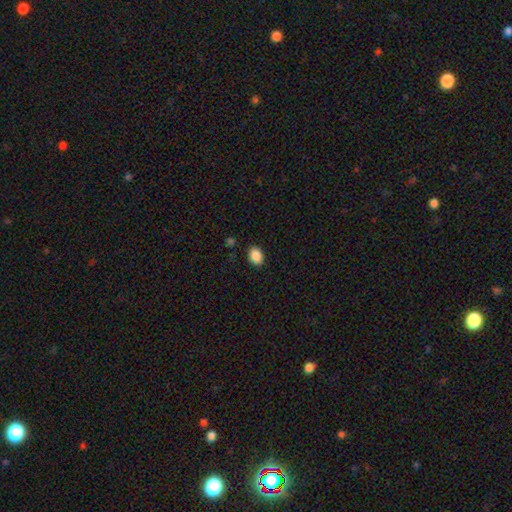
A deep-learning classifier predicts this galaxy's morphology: The model was most divided on "how rounded": in between: 75%, round: 24%, cigar-shaped: 1%. More confident: smooth or featured — smooth (88%); merging — none (88%).